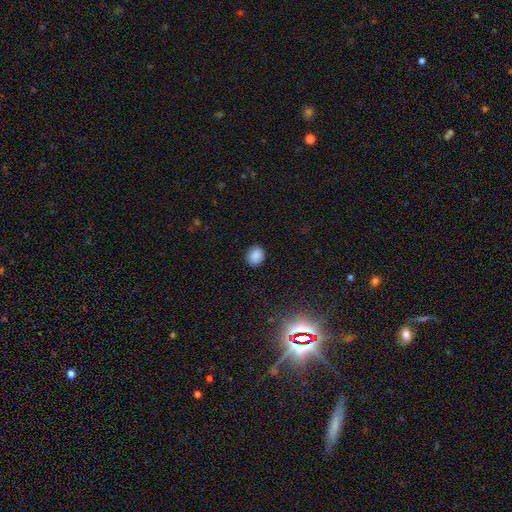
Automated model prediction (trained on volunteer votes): Smooth or featured? smooth (86%)
How rounded? round (68%)
Merging? none (89%)